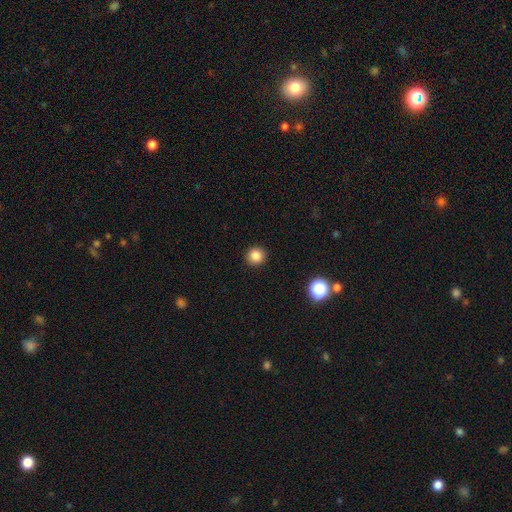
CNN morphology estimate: Q: Smooth or featured?
A: smooth (84%); runner-up: star or artifact (11%)
Q: How rounded?
A: round (93%); runner-up: in between (6%)
Q: Merging?
A: none (92%); runner-up: minor disturbance (5%)